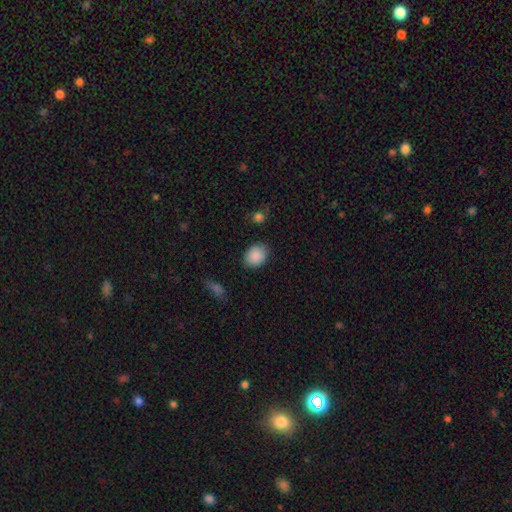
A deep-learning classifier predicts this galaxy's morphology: Smooth or featured: smooth — 89% (star or artifact — 7%)
How rounded: in between — 62% (round — 37%)
Merging: none — 85% (minor disturbance — 11%)